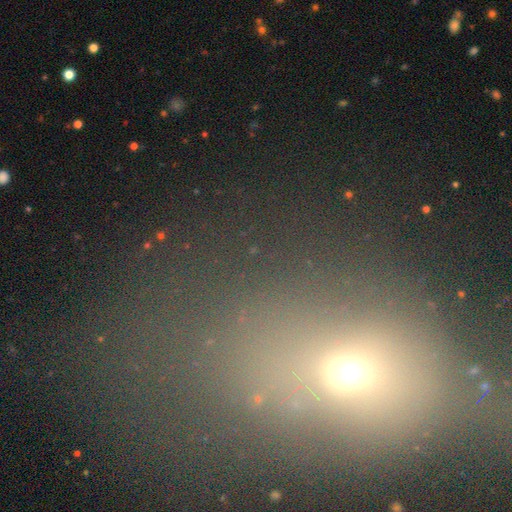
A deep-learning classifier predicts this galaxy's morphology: Smooth or featured: smooth — 46% (star or artifact — 39%)
Merging: none — 53% (major disturbance — 17%)